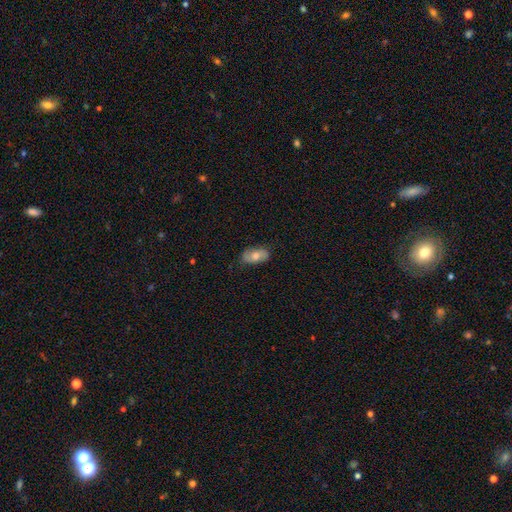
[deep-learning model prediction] A smooth galaxy with no disk features (62%) that is in between round and cigar-shaped (91%). Merging: none (79%).